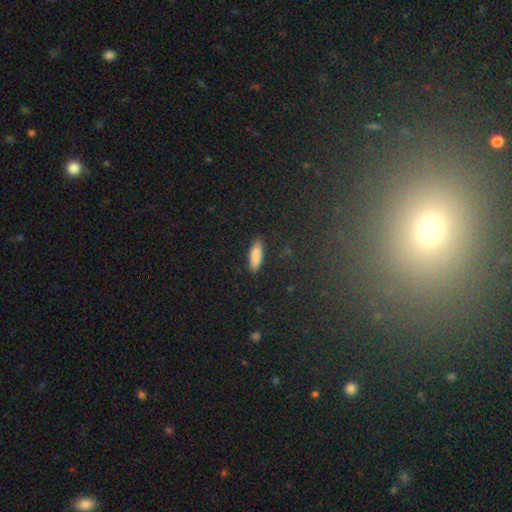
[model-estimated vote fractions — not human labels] Smooth or featured?
  - smooth: 86% *
  - featured or disk: 8%
  - star or artifact: 7%
How rounded?
  - in between: 52% *
  - cigar-shaped: 46%
  - round: 2%
Merging?
  - none: 86% *
  - minor disturbance: 10%
  - major disturbance: 2%
  - merger: 1%